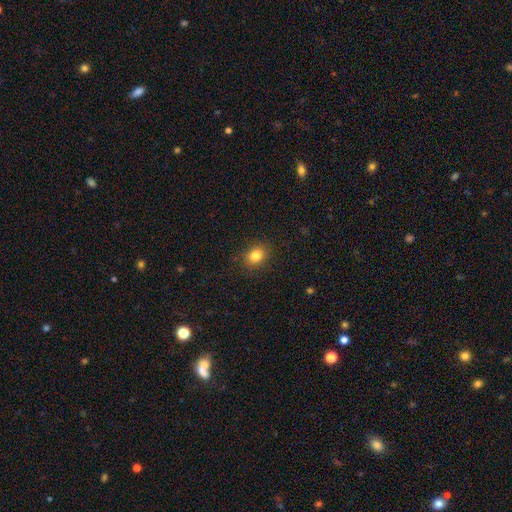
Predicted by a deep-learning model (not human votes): smooth 83%, star or artifact 11%, featured or disk 6%. Down the decision tree: how rounded — round (57%); merging — none (88%).